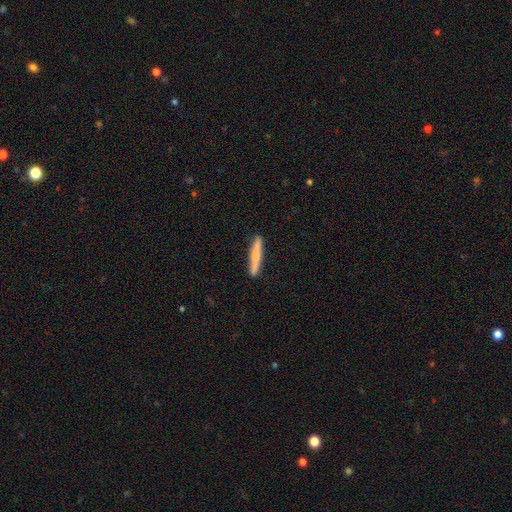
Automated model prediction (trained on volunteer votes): Smooth or featured? Predicted: smooth (p=0.55). How rounded? Predicted: cigar-shaped (p=0.94). Merging? Predicted: none (p=0.91).